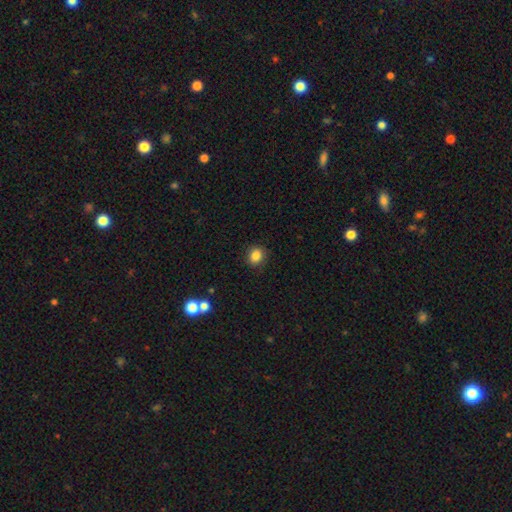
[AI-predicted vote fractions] Overall: smooth (85%). How rounded: round (65%; in between 34%). Merging: none (87%).